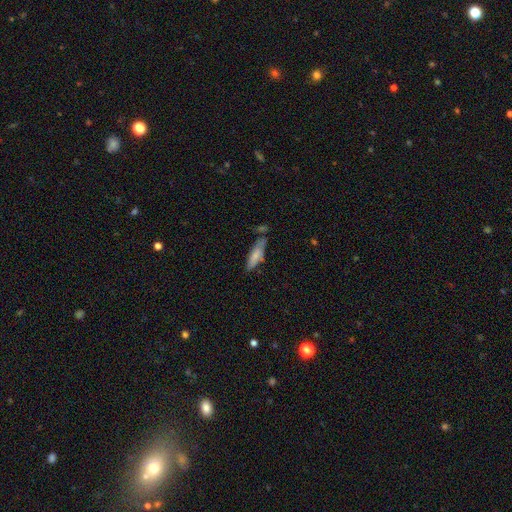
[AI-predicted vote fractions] Smooth or featured?
  - smooth: 71% *
  - featured or disk: 22%
  - star or artifact: 7%
How rounded?
  - cigar-shaped: 53% *
  - in between: 45%
  - round: 2%
Merging?
  - none: 55% *
  - minor disturbance: 25%
  - merger: 13%
  - major disturbance: 7%